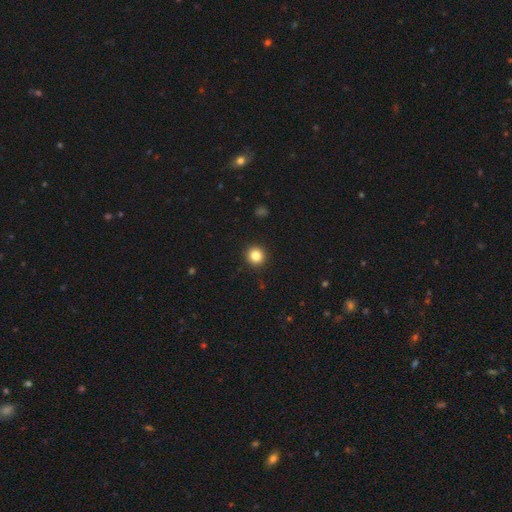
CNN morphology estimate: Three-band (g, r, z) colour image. It shows a smooth galaxy with no disk features (84%) that is round (92%). Merging: none (93%).